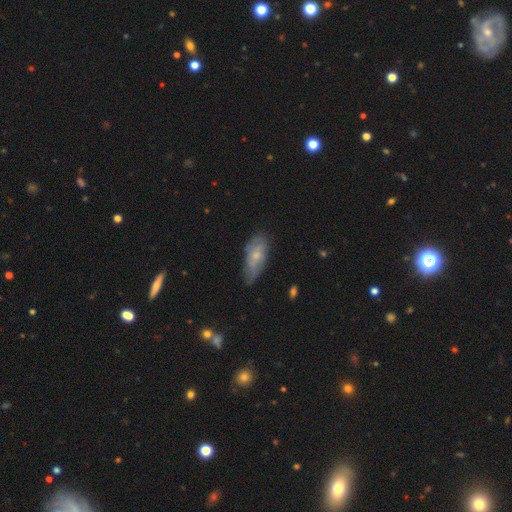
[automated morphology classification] Q: Smooth or featured?
A: smooth (56%); runner-up: featured or disk (37%)
Q: How rounded?
A: in between (82%); runner-up: cigar-shaped (15%)
Q: Merging?
A: none (57%); runner-up: minor disturbance (32%)